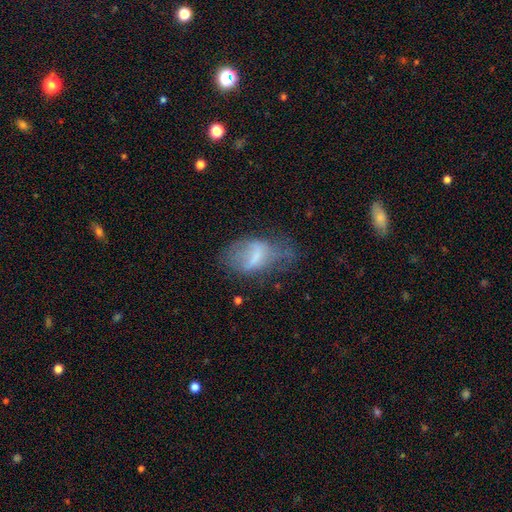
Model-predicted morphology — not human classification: This is possibly a smooth galaxy (47%). Merging: marginally major disturbance (34%).